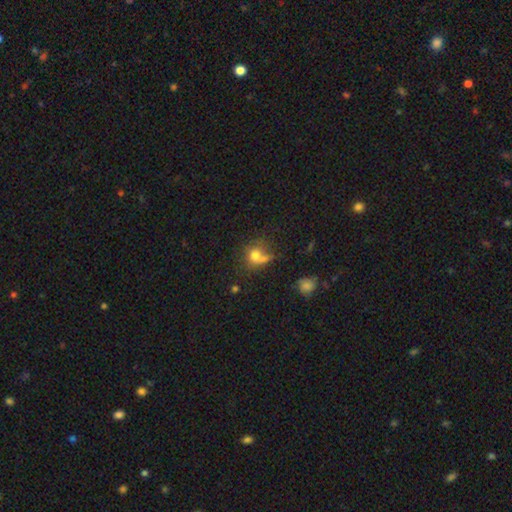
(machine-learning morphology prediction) Smooth or featured? Predicted: smooth (p=0.70). How rounded? Predicted: round (p=0.74). Merging? Predicted: none (p=0.42).